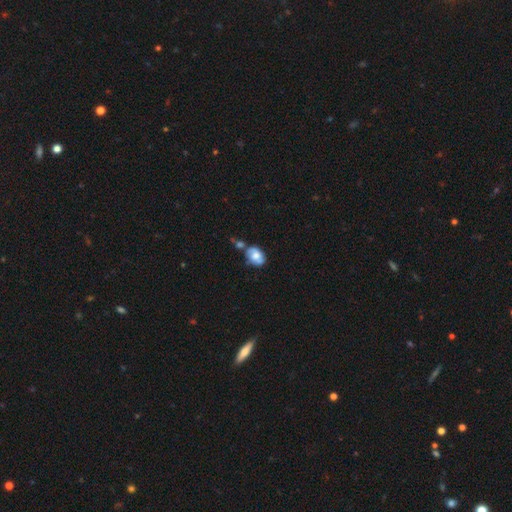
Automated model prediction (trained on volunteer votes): Q: Smooth or featured?
A: smooth (53%); runner-up: featured or disk (39%)
Q: How rounded?
A: in between (74%); runner-up: round (24%)
Q: Merging?
A: none (40%); runner-up: merger (29%)